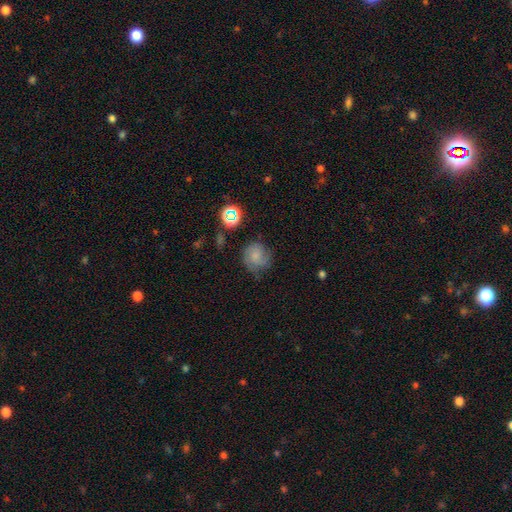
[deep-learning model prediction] smooth_or_featured: smooth (p=0.54) [alt: featured or disk p=0.32]
how_rounded: round (p=0.81) [alt: in between p=0.18]
merging: none (p=0.58) [alt: minor disturbance p=0.27]